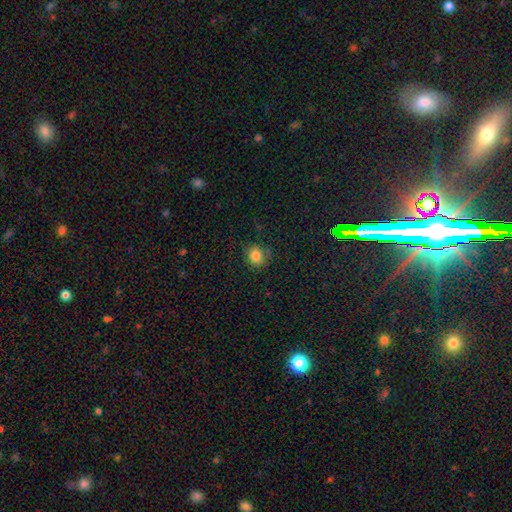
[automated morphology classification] Smooth or featured?
  - smooth: 82% *
  - star or artifact: 12%
  - featured or disk: 6%
How rounded?
  - round: 77% *
  - in between: 22%
  - cigar-shaped: 1%
Merging?
  - none: 80% *
  - minor disturbance: 15%
  - major disturbance: 4%
  - merger: 2%